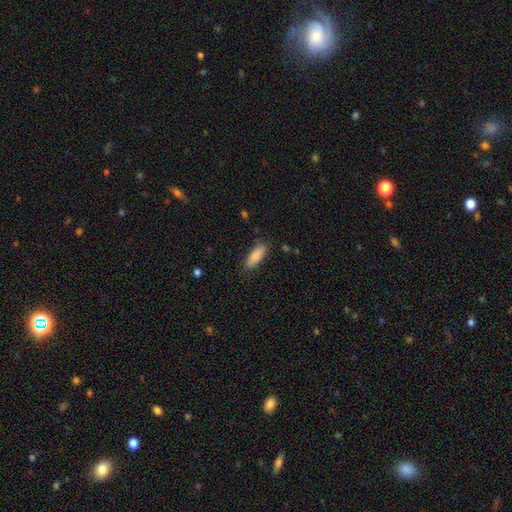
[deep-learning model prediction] This is clearly a smooth galaxy (86%). How rounded: possibly in between (60%). Merging: clearly none (84%).